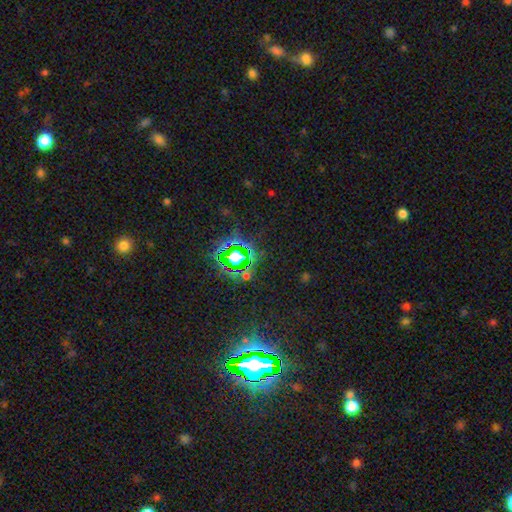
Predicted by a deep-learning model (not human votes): Smooth or featured? Predicted: star or artifact (p=0.81).